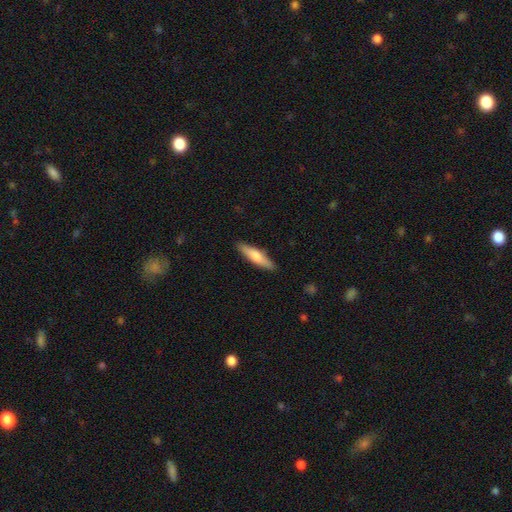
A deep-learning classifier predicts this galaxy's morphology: The model was most divided on "smooth or featured": smooth: 64%, featured or disk: 31%, star or artifact: 5%. More confident: merging — none (89%); how rounded — cigar-shaped (79%).